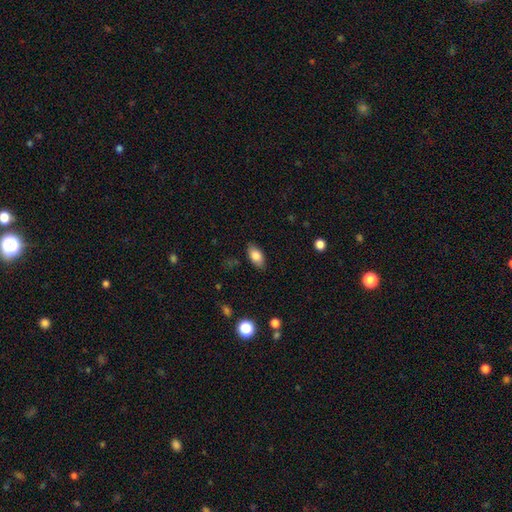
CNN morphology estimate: Q: Smooth or featured?
A: smooth (81%); runner-up: featured or disk (11%)
Q: How rounded?
A: in between (90%); runner-up: cigar-shaped (5%)
Q: Merging?
A: none (84%); runner-up: minor disturbance (12%)